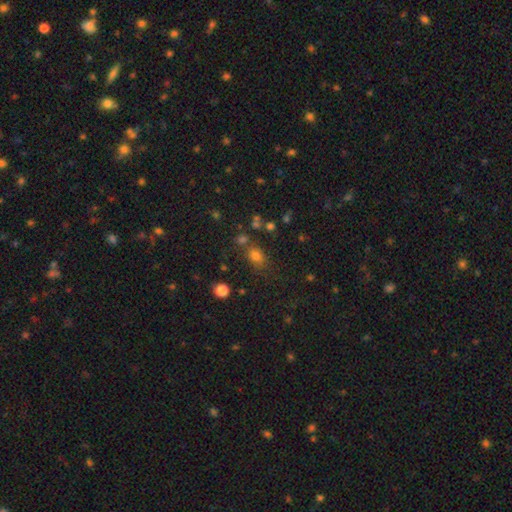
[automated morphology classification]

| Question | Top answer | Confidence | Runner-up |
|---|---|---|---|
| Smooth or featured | smooth | 72% | star or artifact (21%) |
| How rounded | in between | 50% | round (48%) |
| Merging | none | 66% | minor disturbance (14%) |